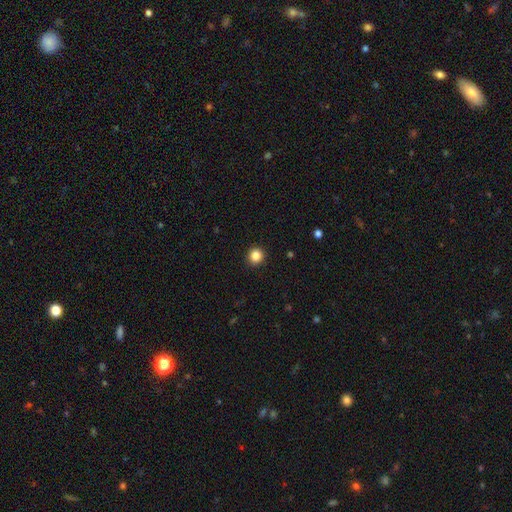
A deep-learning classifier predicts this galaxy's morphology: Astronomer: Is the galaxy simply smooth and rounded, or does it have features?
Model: smooth — 85%.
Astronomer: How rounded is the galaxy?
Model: round — 95%.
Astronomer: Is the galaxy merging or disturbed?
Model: none — 93%.